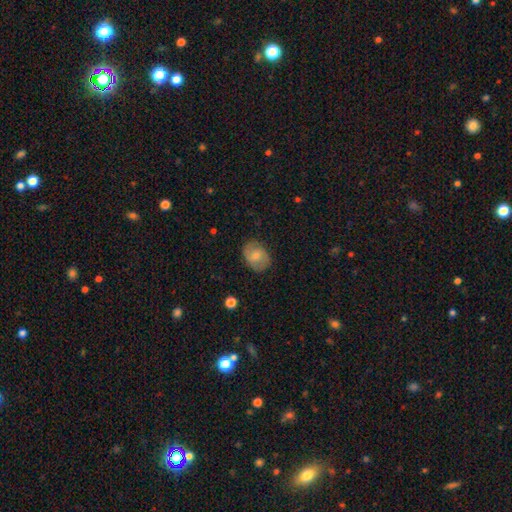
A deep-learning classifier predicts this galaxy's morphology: A smooth galaxy with no disk features (52%) that is in between round and cigar-shaped (58%). Merging: none (78%).